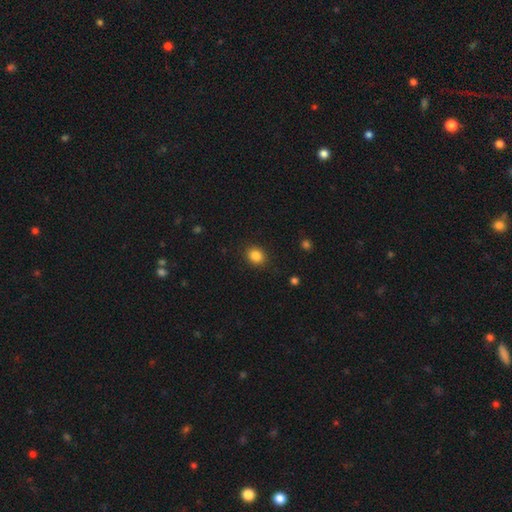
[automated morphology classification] A smooth galaxy with no disk features (85%) that is round (67%). Merging: none (89%).